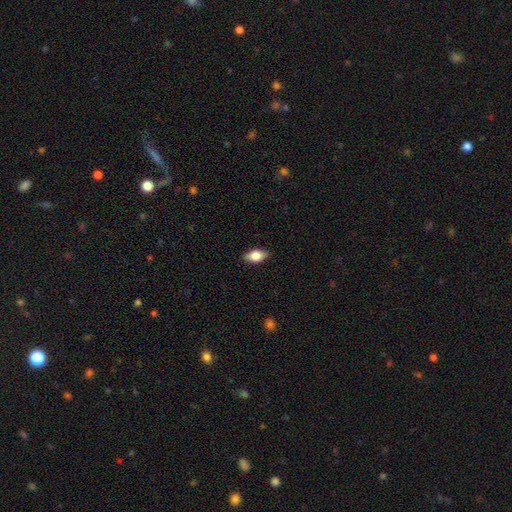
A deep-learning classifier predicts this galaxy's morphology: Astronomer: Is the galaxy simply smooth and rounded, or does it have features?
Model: smooth — 73%.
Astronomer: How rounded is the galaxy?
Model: in between — 87%.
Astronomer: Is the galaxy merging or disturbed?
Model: none — 87%.